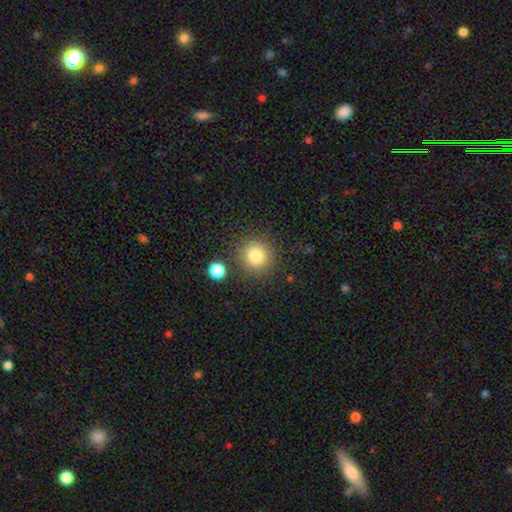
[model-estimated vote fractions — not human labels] This is clearly a smooth galaxy (81%). How rounded: clearly round (93%). Merging: clearly none (83%).